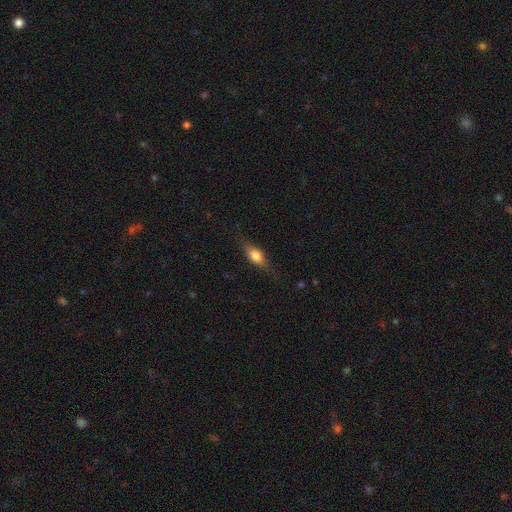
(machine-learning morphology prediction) A smooth galaxy with no disk features (63%) that is in between round and cigar-shaped (67%).

Vote fractions:
- Smooth or featured? smooth: 63% / featured or disk: 29% / star or artifact: 8%
- How rounded? in between: 67% / cigar-shaped: 26% / round: 7%
- Merging? none: 76% / minor disturbance: 17% / major disturbance: 6% / merger: 1%